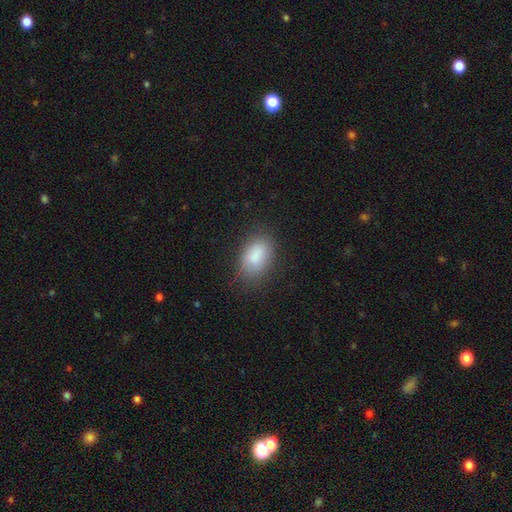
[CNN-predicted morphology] Smooth or featured?
  - smooth: 84% *
  - star or artifact: 8%
  - featured or disk: 8%
How rounded?
  - in between: 89% *
  - round: 10%
  - cigar-shaped: 2%
Merging?
  - none: 75% *
  - minor disturbance: 18%
  - major disturbance: 5%
  - merger: 1%